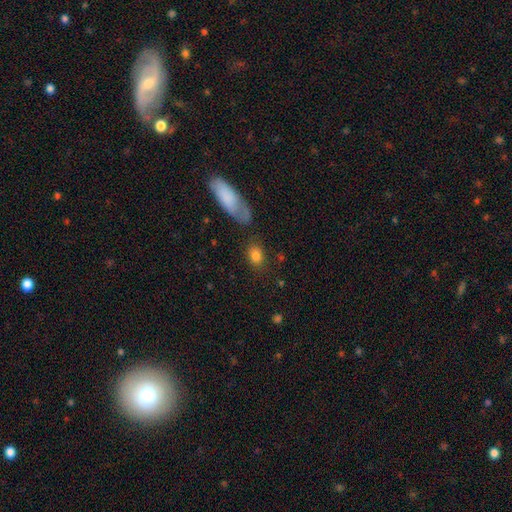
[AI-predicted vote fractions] smooth-or-featured: smooth: 83% | star or artifact: 9% | featured or disk: 8%
  how-rounded: in between: 67% | round: 30% | cigar-shaped: 3%
  merging: none: 75% | minor disturbance: 13% | merger: 6% | major disturbance: 5%